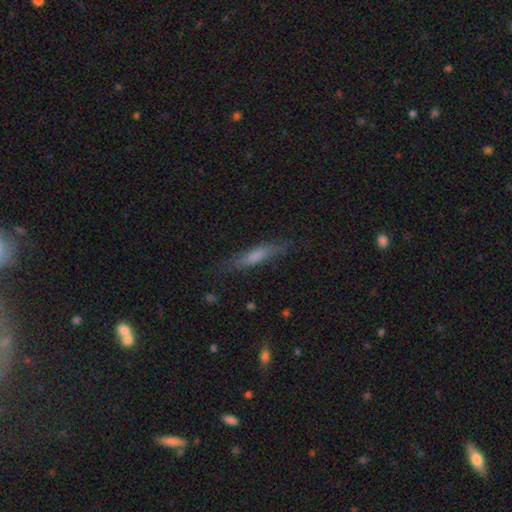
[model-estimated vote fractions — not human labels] smooth_or_featured: smooth (p=0.54) [alt: featured or disk p=0.37]
how_rounded: cigar-shaped (p=0.86) [alt: in between p=0.12]
merging: none (p=0.79) [alt: minor disturbance p=0.16]